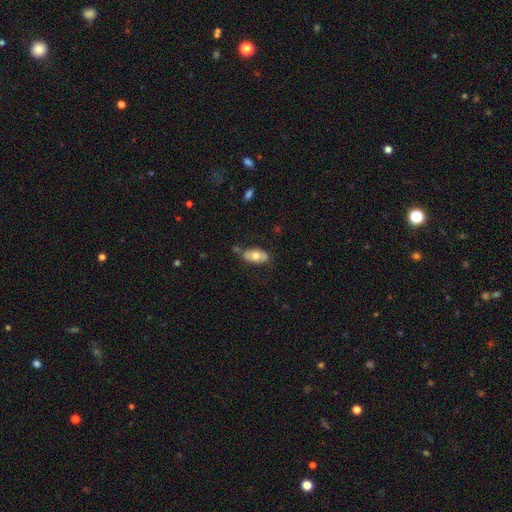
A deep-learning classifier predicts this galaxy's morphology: This appears to be a smooth galaxy with no disk features (62%) that is in between round and cigar-shaped (91%). Merging: none (71%).